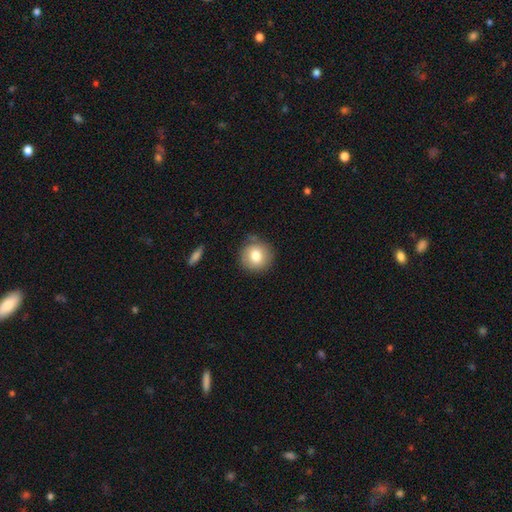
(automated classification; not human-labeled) smooth-or-featured: smooth: 79% | featured or disk: 12% | star or artifact: 9%
  how-rounded: round: 92% | in between: 7% | cigar-shaped: 1%
  merging: none: 83% | minor disturbance: 12% | major disturbance: 3% | merger: 3%